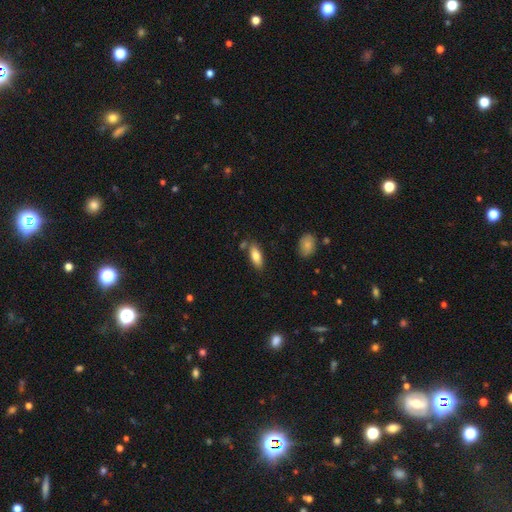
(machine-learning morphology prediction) A smooth galaxy with no disk features (80%) that is in between round and cigar-shaped (75%). Merging: none (76%).